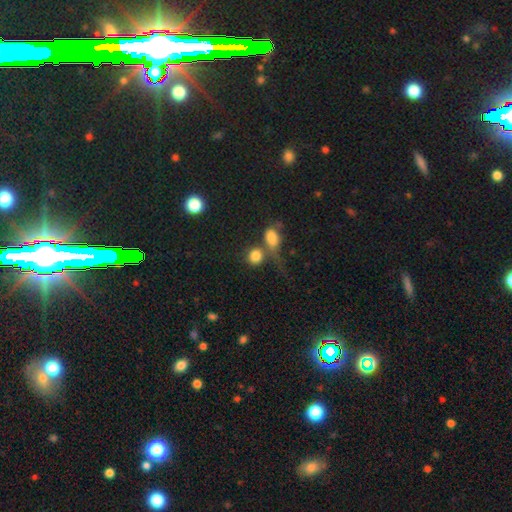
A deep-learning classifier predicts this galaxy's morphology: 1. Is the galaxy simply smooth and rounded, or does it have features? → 81% smooth, 11% star or artifact, 8% featured or disk.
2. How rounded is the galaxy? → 78% round, 20% in between, 2% cigar-shaped.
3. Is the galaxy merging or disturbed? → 42% none, 41% merger, 9% minor disturbance, 8% major disturbance.